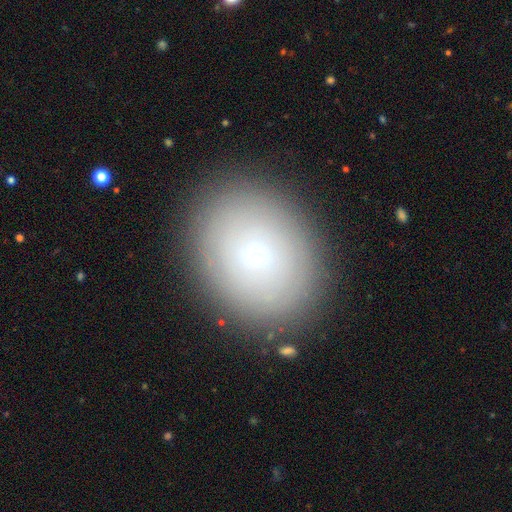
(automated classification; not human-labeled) smooth 59%, featured or disk 29%, star or artifact 12%. Down the decision tree: how rounded — round (50%); merging — none (84%).